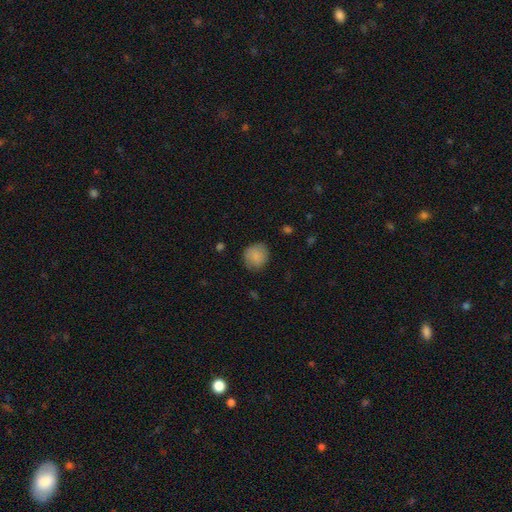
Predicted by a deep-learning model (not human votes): Overall: smooth (85%). How rounded: round (82%). Merging: none (78%).